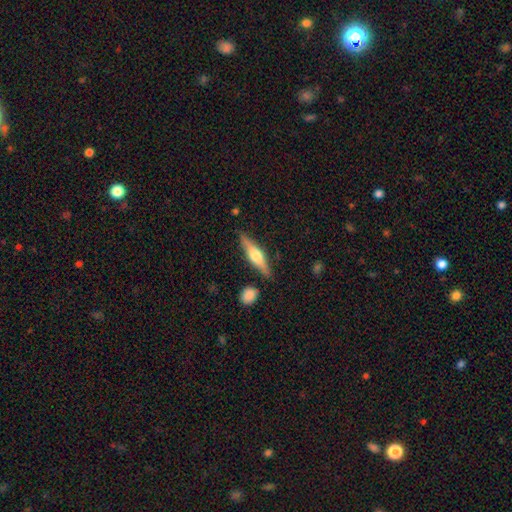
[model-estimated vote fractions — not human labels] The model was most divided on "smooth or featured": featured or disk: 61%, smooth: 33%, star or artifact: 6%. More confident: edge-on disk — yes (96%); edge-on bulge — rounded (91%); merging — none (85%).